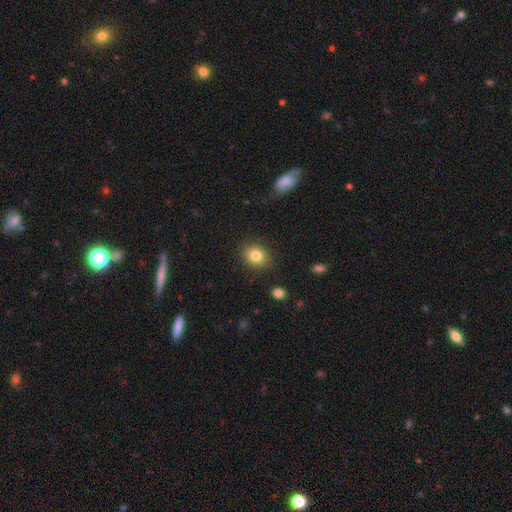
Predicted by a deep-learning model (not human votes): Smooth or featured: smooth — 82% (star or artifact — 10%)
How rounded: round — 63% (in between — 36%)
Merging: none — 88% (minor disturbance — 9%)